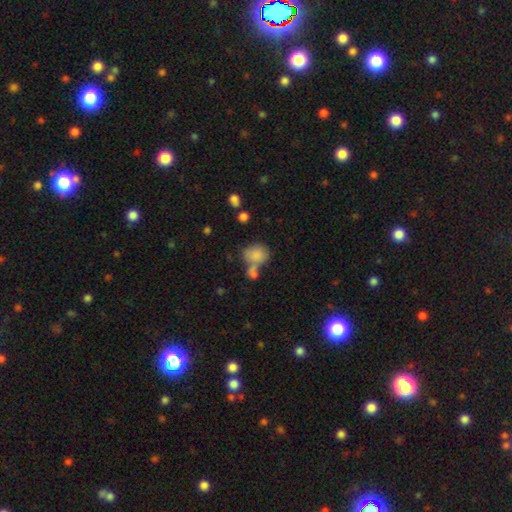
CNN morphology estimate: Smooth or featured? Predicted: smooth (p=0.81). How rounded? Predicted: round (p=0.50). Merging? Predicted: merger (p=0.40).